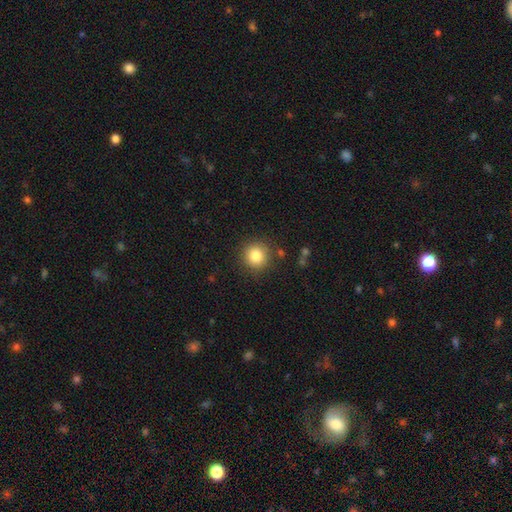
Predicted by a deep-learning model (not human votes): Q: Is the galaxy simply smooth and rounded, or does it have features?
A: smooth — 84%.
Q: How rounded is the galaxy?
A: round — 93%.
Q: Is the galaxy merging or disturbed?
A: none — 87%.